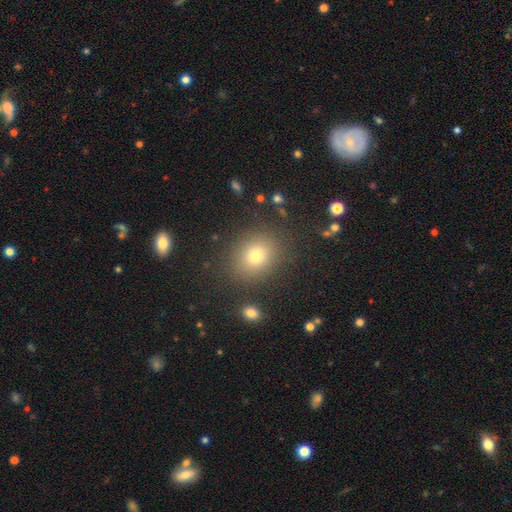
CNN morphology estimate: A smooth galaxy with no disk features (74%) that is round (57%).

Vote fractions:
- Smooth or featured? smooth: 74% / star or artifact: 17% / featured or disk: 10%
- How rounded? round: 57% / in between: 41% / cigar-shaped: 1%
- Merging? none: 86% / minor disturbance: 8% / major disturbance: 3% / merger: 2%